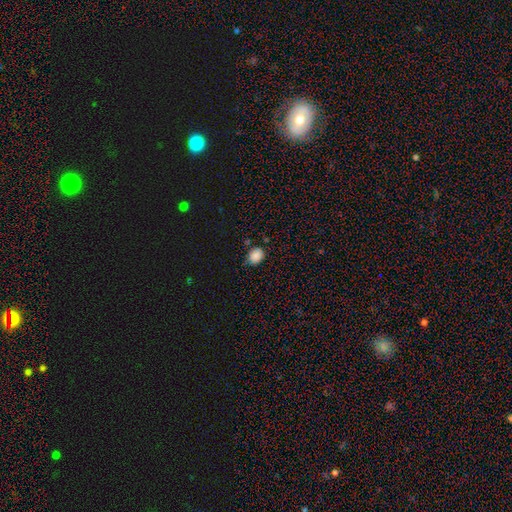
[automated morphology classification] This appears to be a smooth galaxy with no disk features (85%) that is round (52%). Merging: none (71%).